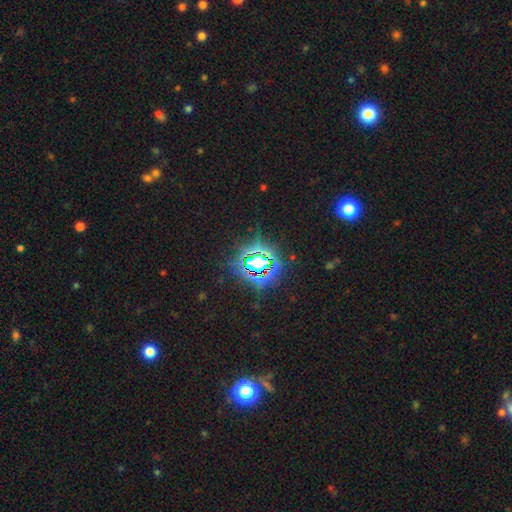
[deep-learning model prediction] Smooth or featured? Predicted: star or artifact (p=0.78).